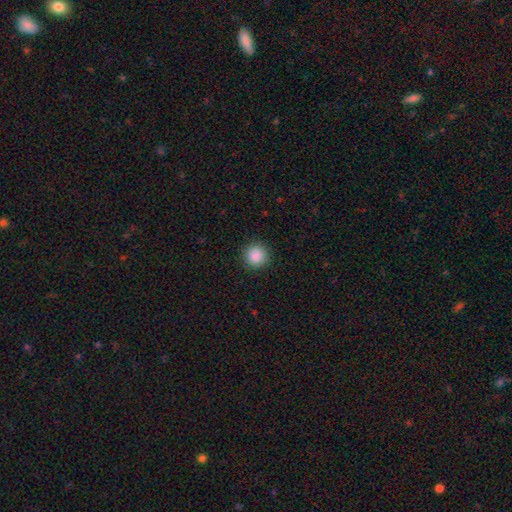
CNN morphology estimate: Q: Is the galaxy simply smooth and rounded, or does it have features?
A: smooth — 88%.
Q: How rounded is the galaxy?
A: round — 94%.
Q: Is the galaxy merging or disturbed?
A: none — 91%.